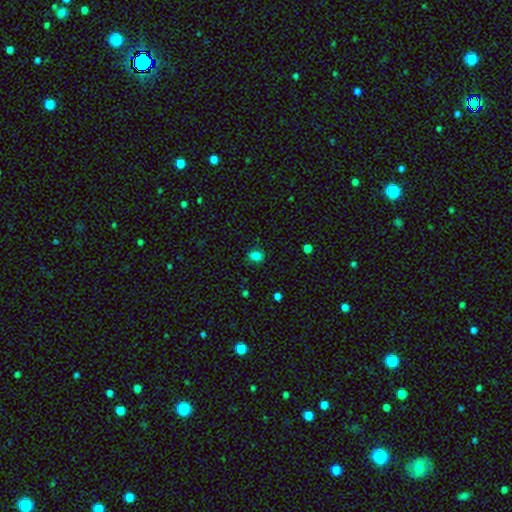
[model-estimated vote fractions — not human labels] Smooth or featured? Predicted: smooth (p=0.83). How rounded? Predicted: in between (p=0.66). Merging? Predicted: none (p=0.83).